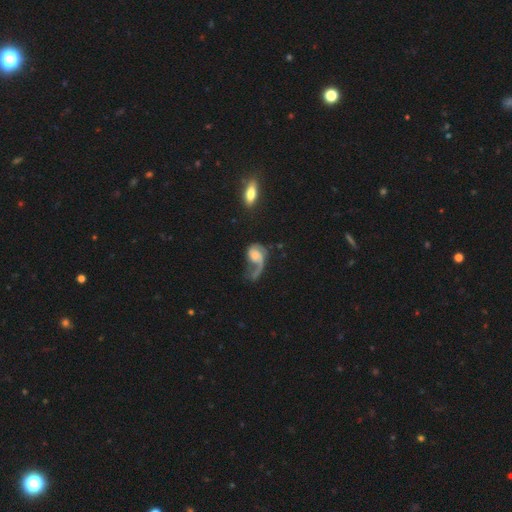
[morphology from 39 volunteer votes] Smooth or featured?
  - featured or disk: 82% *
  - smooth: 18%
  - star or artifact: 0%
Edge-on disk?
  - no: 97% *
  - yes: 3%
Bar?
  - no: 77% *
  - weak: 16%
  - strong: 6%
Spiral arms?
  - yes: 97% *
  - no: 3%
Spiral winding?
  - loose: 87% *
  - tight: 7%
  - medium: 7%
Spiral arm count?
  - 1: 67% *
  - 2: 30%
  - can't tell: 3%
  - 3: 0%
  - 4: 0%
  - more than 4: 0%
Bulge size?
  - moderate: 58% *
  - small: 26%
  - dominant: 6%
  - large: 6%
  - none: 3%
Merging?
  - major disturbance: 49% *
  - none: 26%
  - minor disturbance: 15%
  - merger: 10%